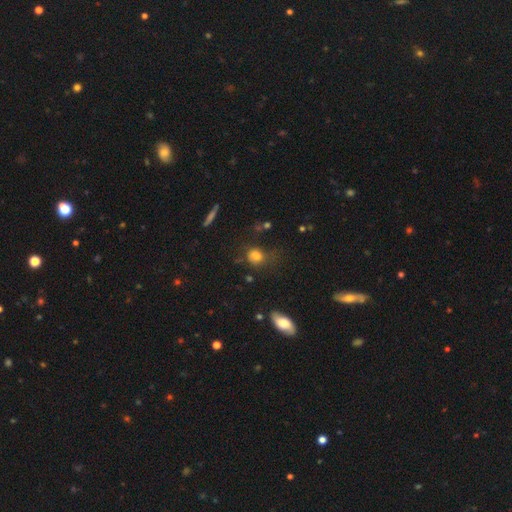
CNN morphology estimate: Smooth or featured? smooth (77%)
How rounded? round (63%)
Merging? none (57%)